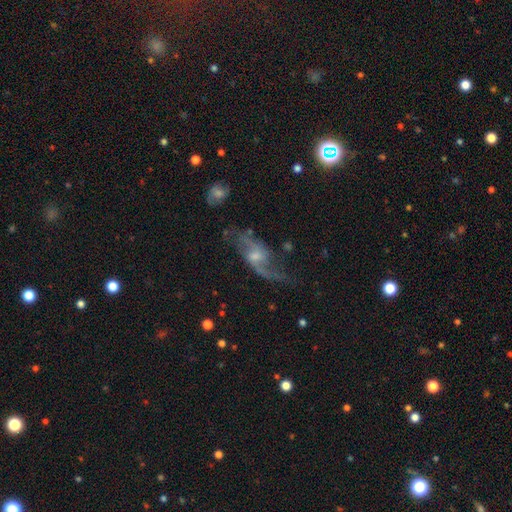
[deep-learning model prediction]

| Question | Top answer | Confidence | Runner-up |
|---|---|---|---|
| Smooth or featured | featured or disk | 81% | smooth (10%) |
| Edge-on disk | no | 91% | yes (9%) |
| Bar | no | 51% | weak (40%) |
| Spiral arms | yes | 91% | no (9%) |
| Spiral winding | loose | 75% | medium (20%) |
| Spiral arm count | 2 | 83% | 1 (8%) |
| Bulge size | small | 50% | moderate (39%) |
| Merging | none | 57% | minor disturbance (20%) |